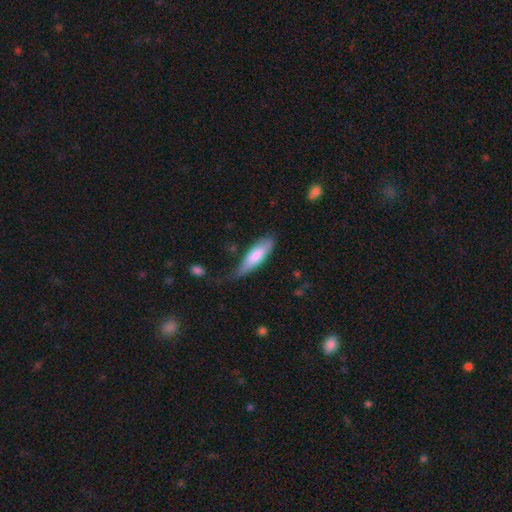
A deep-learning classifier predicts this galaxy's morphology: A smooth galaxy with no disk features (76%) that is cigar-shaped (53%). Merging: none (47%).